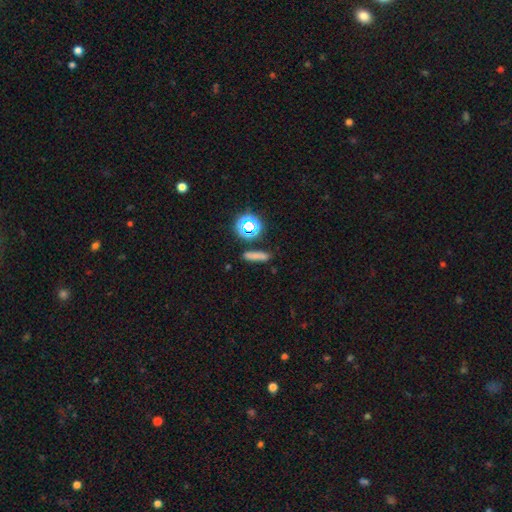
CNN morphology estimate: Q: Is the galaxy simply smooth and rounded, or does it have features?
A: smooth — 69%.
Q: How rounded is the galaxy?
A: cigar-shaped — 74%.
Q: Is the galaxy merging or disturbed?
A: none — 78%.